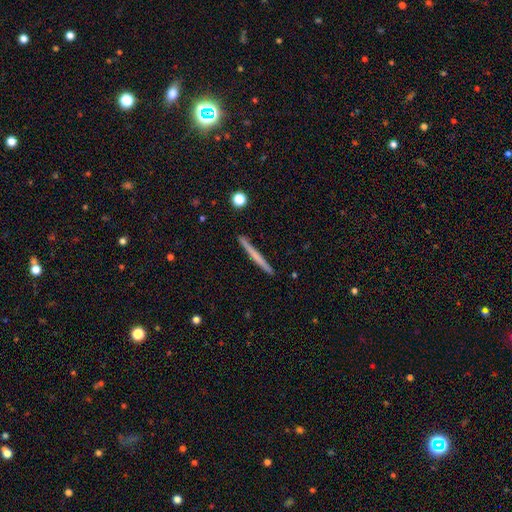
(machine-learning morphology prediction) This is possibly a smooth galaxy (53%). How rounded: clearly cigar-shaped (97%). Merging: clearly none (91%).